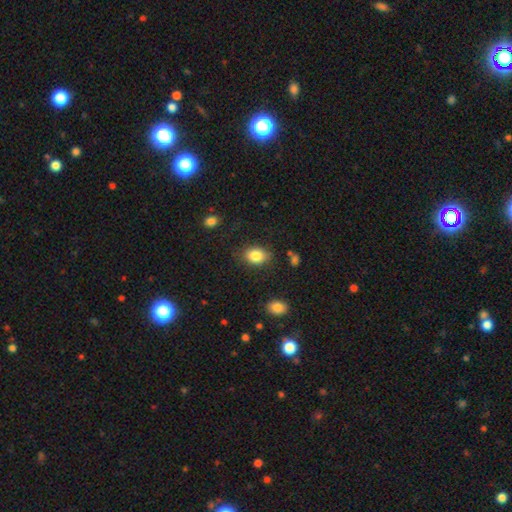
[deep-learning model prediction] smooth-or-featured: smooth: 85% | star or artifact: 9% | featured or disk: 7%
  how-rounded: in between: 69% | round: 30% | cigar-shaped: 1%
  merging: none: 78% | minor disturbance: 15% | major disturbance: 4% | merger: 2%